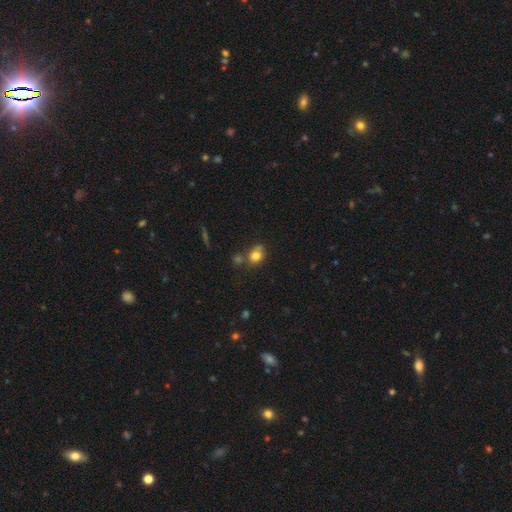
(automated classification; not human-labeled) Smooth or featured? Predicted: smooth (p=0.79). How rounded? Predicted: round (p=0.67). Merging? Predicted: none (p=0.52).